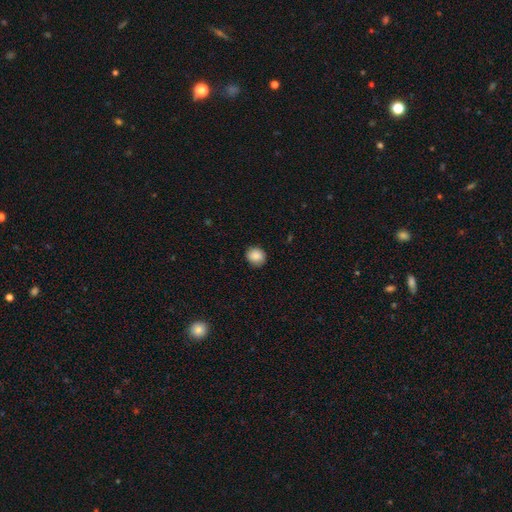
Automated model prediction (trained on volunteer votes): smooth 87%, star or artifact 8%, featured or disk 5%. Down the decision tree: how rounded — round (79%); merging — none (86%).